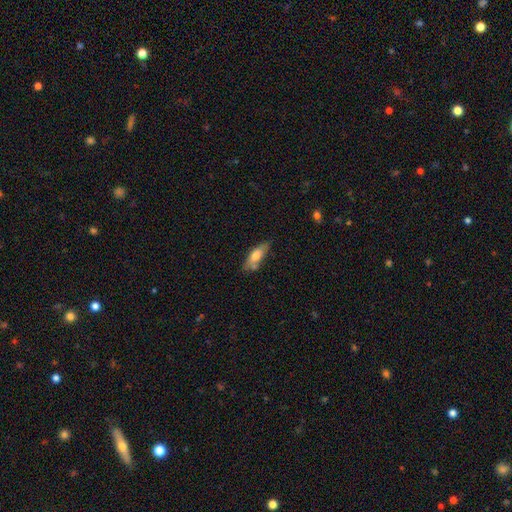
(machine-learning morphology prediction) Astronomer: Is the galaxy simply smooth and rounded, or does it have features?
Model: smooth — 66%.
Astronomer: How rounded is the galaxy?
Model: in between — 58% (runner-up: cigar-shaped, 39%).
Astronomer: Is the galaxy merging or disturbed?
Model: none — 62%.